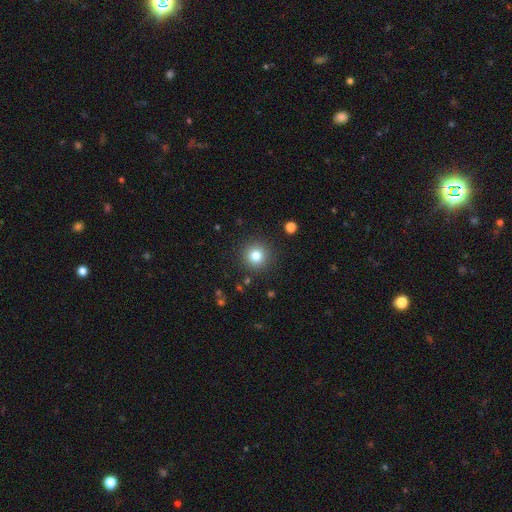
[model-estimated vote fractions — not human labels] A smooth galaxy with no disk features (80%) that is round (95%).

Vote fractions:
- Smooth or featured? smooth: 80% / star or artifact: 13% / featured or disk: 8%
- How rounded? round: 95% / in between: 4% / cigar-shaped: 1%
- Merging? none: 90% / minor disturbance: 6% / major disturbance: 2% / merger: 1%